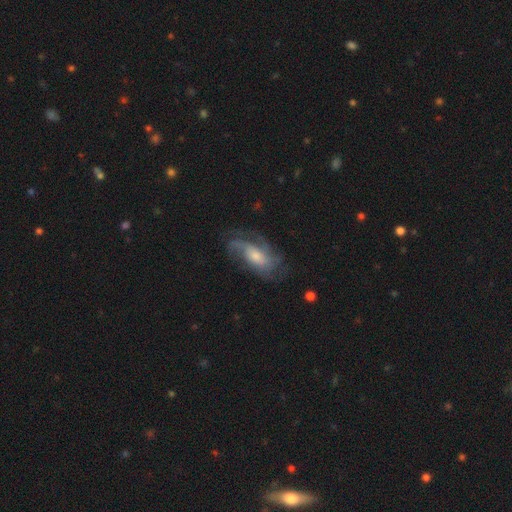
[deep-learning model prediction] Morphology: type=featured or disk (77%); edge-on=no (93%); bar=no (60%); spiral arms=yes (93%); winding=medium (44%); arm count=can't tell (29%); bulge=moderate (50%); merging=none (64%).